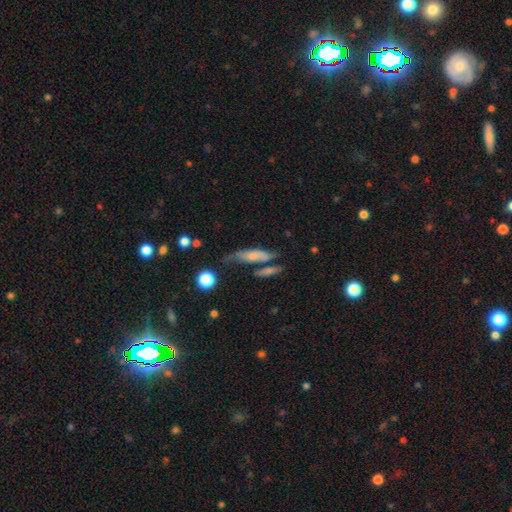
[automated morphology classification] smooth_or_featured: smooth (p=0.59) [alt: featured or disk p=0.33]
how_rounded: cigar-shaped (p=0.59) [alt: in between p=0.36]
merging: none (p=0.47) [alt: minor disturbance p=0.22]